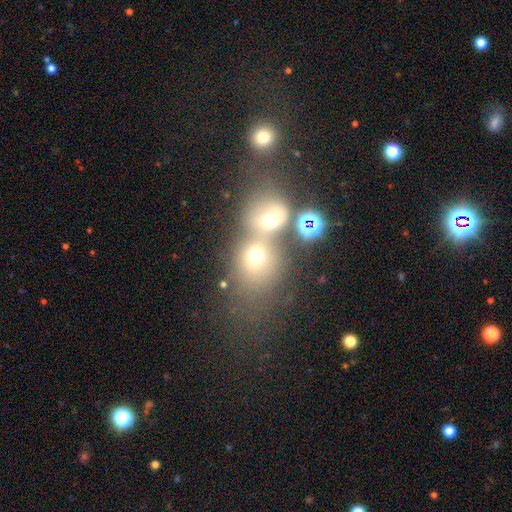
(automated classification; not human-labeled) smooth 62%, star or artifact 20%, featured or disk 18%. Down the decision tree: how rounded — round (64%); merging — merger (59%).